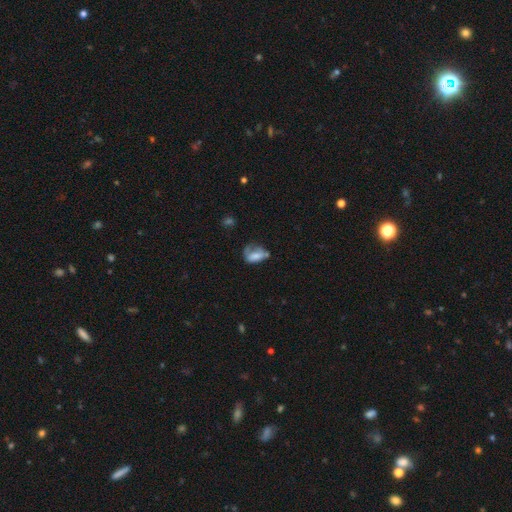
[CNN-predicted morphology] Smooth or featured? Predicted: smooth (p=0.61). How rounded? Predicted: in between (p=0.80). Merging? Predicted: major disturbance (p=0.33).